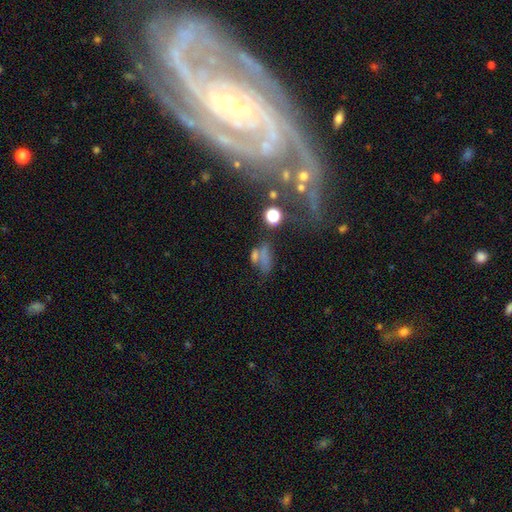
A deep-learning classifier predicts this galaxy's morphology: smooth-or-featured: smooth: 49% | star or artifact: 26% | featured or disk: 25%
  merging: none: 37% | merger: 23% | major disturbance: 22% | minor disturbance: 18%